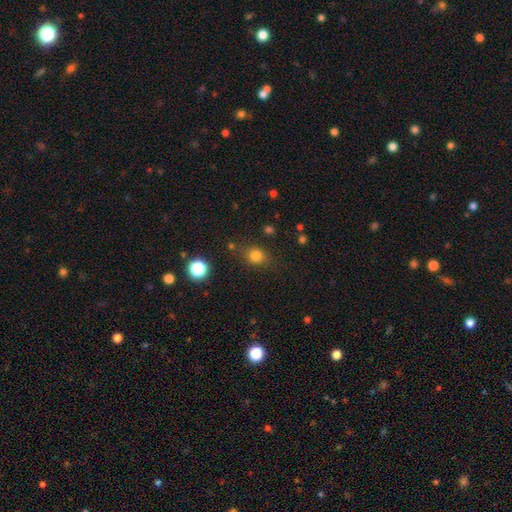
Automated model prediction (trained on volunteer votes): Smooth or featured: smooth — 79% (star or artifact — 15%)
How rounded: round — 70% (in between — 29%)
Merging: none — 79% (minor disturbance — 13%)